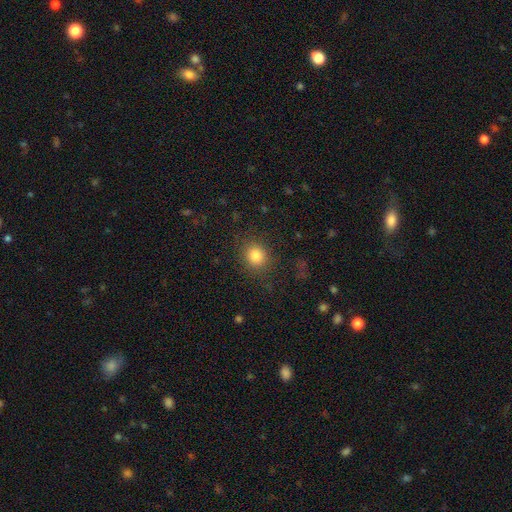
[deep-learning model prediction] Smooth or featured? Predicted: smooth (p=0.83). How rounded? Predicted: round (p=0.78). Merging? Predicted: none (p=0.85).